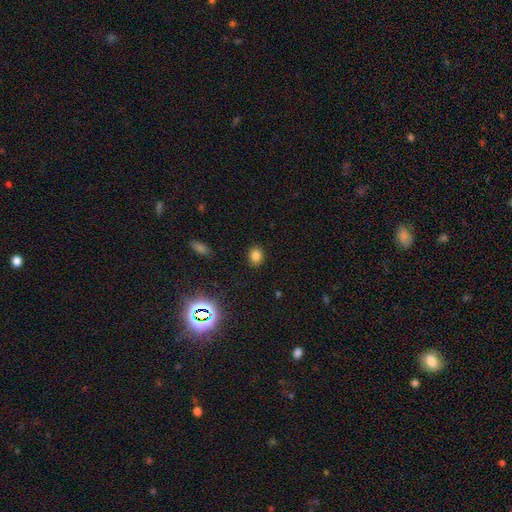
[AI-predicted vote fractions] Q: Smooth or featured?
A: smooth (79%); runner-up: star or artifact (16%)
Q: How rounded?
A: in between (53%); runner-up: round (46%)
Q: Merging?
A: none (88%); runner-up: minor disturbance (8%)